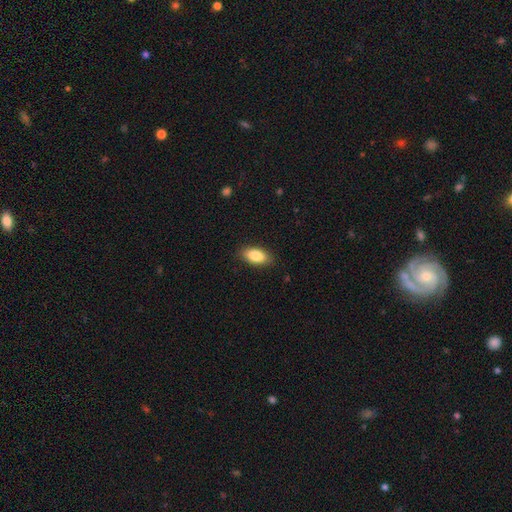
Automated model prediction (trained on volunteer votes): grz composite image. It shows a smooth galaxy with no disk features (86%) that is in between round and cigar-shaped (90%). Merging: none (87%).